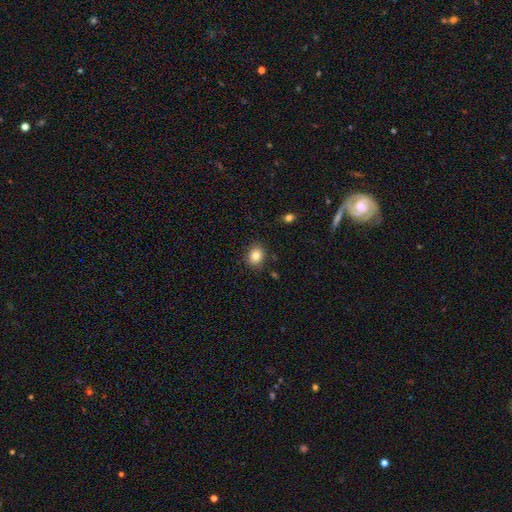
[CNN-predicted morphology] smooth_or_featured: smooth (p=0.82) [alt: star or artifact p=0.10]
how_rounded: round (p=0.65) [alt: in between p=0.35]
merging: none (p=0.85) [alt: minor disturbance p=0.10]